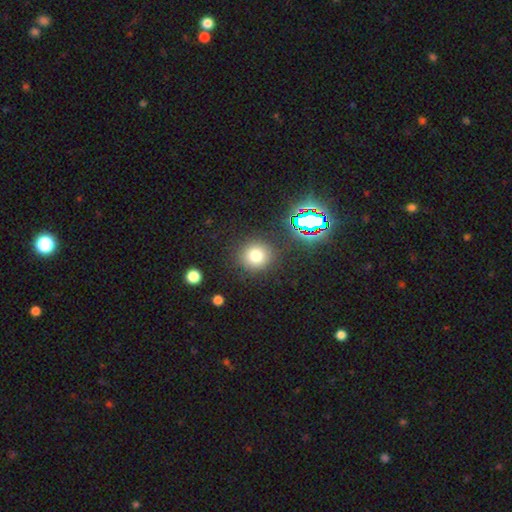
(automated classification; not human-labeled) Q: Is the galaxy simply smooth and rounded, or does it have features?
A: smooth — 73%.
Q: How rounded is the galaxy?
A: round — 90%.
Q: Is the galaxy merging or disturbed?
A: none — 87%.